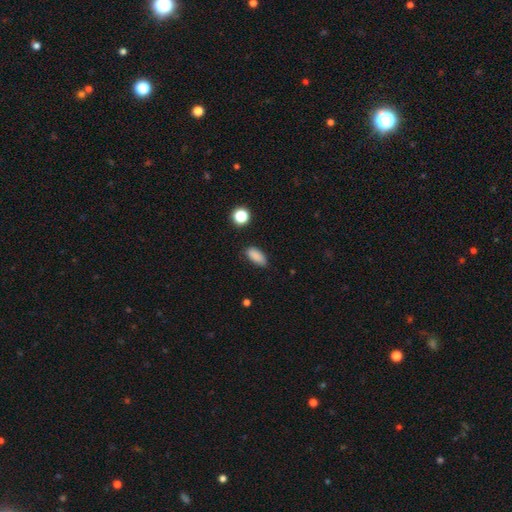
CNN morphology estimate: smooth_or_featured: smooth (p=0.87) [alt: star or artifact p=0.09]
how_rounded: in between (p=0.86) [alt: cigar-shaped p=0.10]
merging: none (p=0.81) [alt: minor disturbance p=0.14]